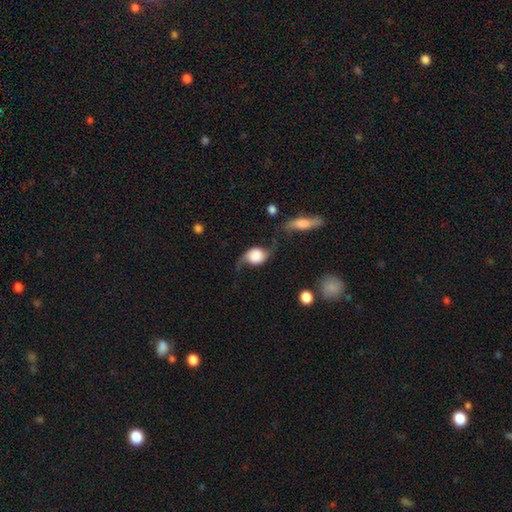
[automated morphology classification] This is likely a featured or disk galaxy (61%). It is clearly not viewed edge-on (92%). Bar: likely no (74%). Spiral arm pattern: clearly yes (91%). Spiral arm count: clearly 2 (87%). Spiral winding: clearly loose (84%). Central bulge: marginally dominant (44%). Merging: possibly none (47%).